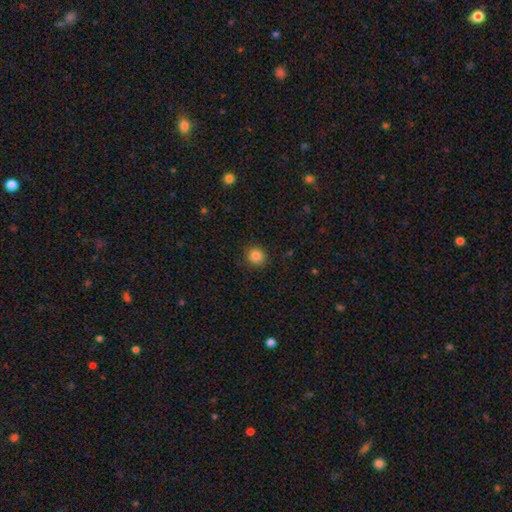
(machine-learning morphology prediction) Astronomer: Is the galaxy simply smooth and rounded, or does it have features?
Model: smooth — 86%.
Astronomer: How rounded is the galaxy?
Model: round — 89%.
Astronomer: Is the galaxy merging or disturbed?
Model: none — 89%.